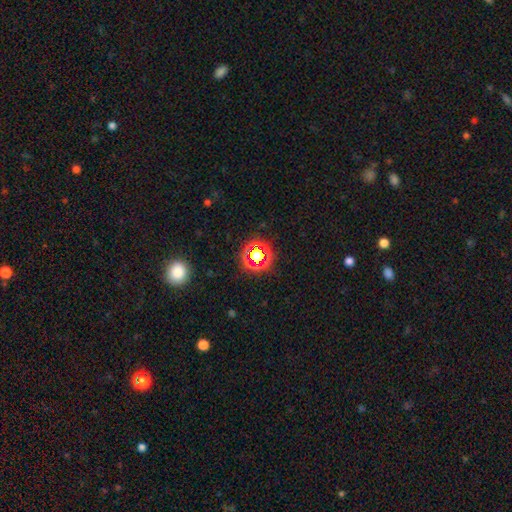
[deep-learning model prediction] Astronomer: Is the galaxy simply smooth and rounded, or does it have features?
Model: star or artifact — 61%.